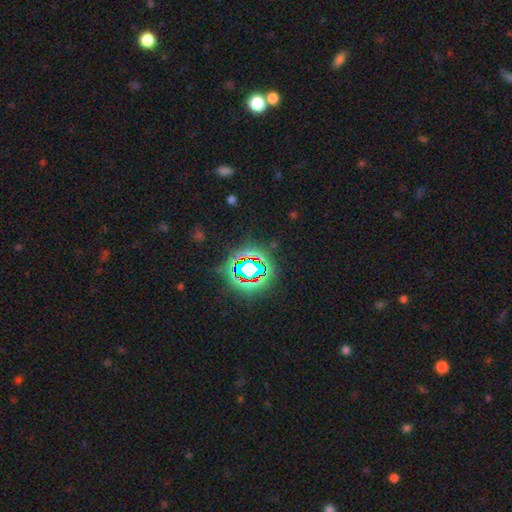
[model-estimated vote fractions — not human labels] star or artifact 81%, smooth 12%, featured or disk 7%.